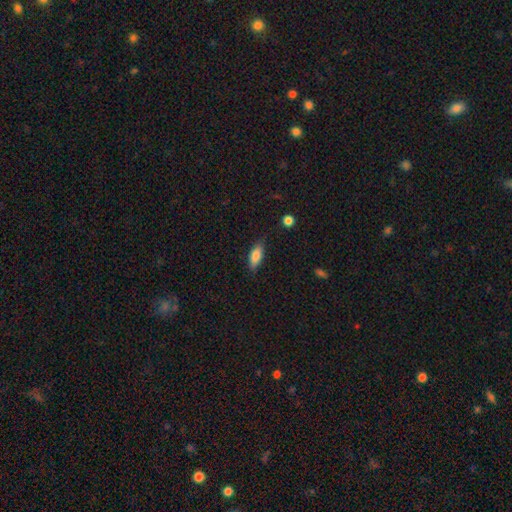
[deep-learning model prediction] smooth-or-featured: smooth: 81% | featured or disk: 12% | star or artifact: 7%
  how-rounded: in between: 75% | cigar-shaped: 22% | round: 3%
  merging: none: 79% | minor disturbance: 16% | major disturbance: 3% | merger: 1%